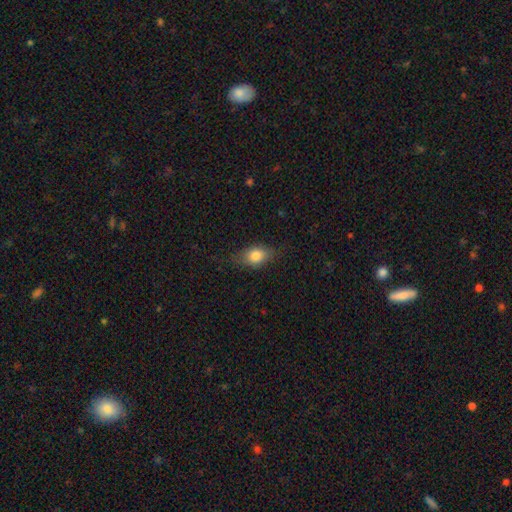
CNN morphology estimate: smooth_or_featured: smooth (p=0.79) [alt: featured or disk p=0.13]
how_rounded: in between (p=0.73) [alt: round p=0.23]
merging: none (p=0.72) [alt: minor disturbance p=0.21]